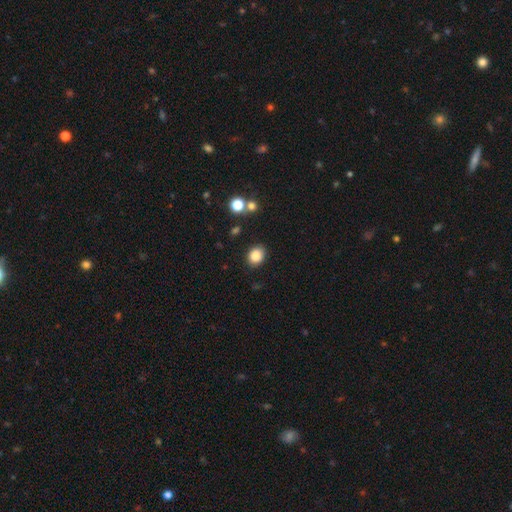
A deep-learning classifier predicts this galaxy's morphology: This is clearly a smooth galaxy (85%). How rounded: possibly round (53%). Merging: clearly none (86%).